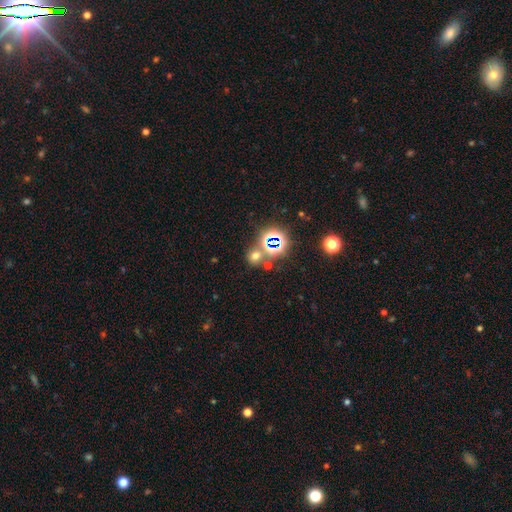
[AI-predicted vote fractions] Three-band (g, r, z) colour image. It shows a smooth galaxy with no disk features (54%) that is round (78%). Merging: none (70%).